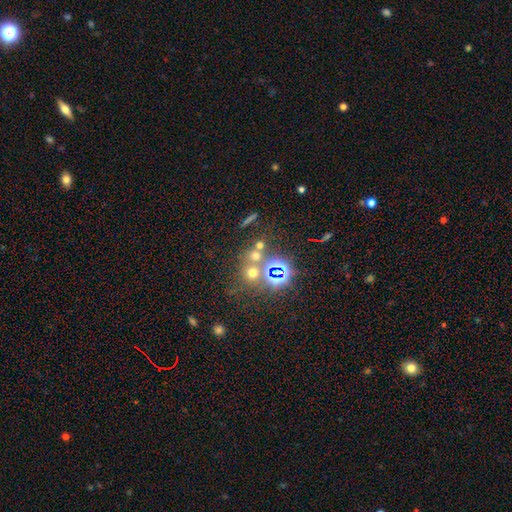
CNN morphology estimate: type=smooth (48%); merging=none (60%).